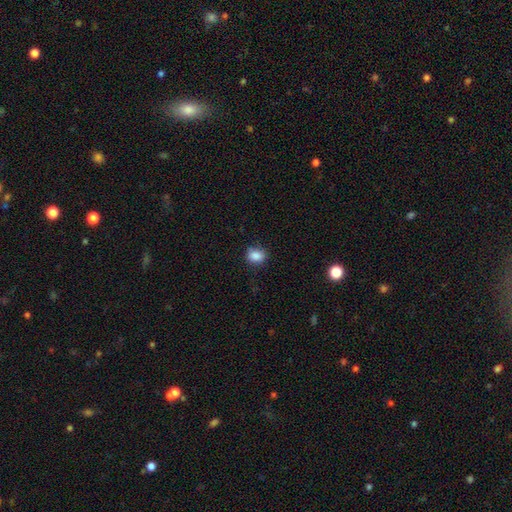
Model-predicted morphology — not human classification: smooth 86%, star or artifact 10%, featured or disk 4%. Down the decision tree: how rounded — in between (54%); merging — none (74%).